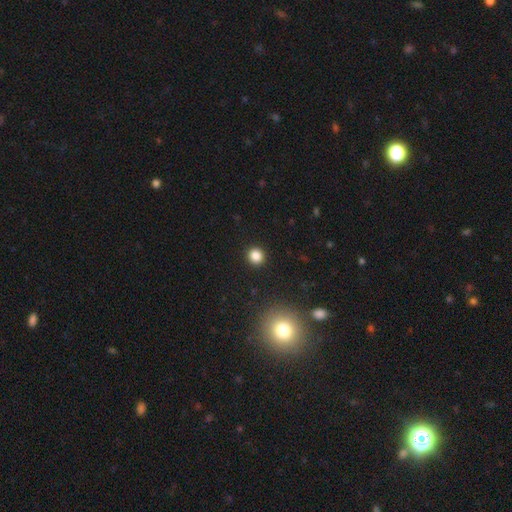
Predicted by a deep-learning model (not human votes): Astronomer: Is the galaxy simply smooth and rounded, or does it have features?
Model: smooth — 85%.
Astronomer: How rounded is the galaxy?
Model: round — 88%.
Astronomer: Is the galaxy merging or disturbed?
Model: none — 92%.